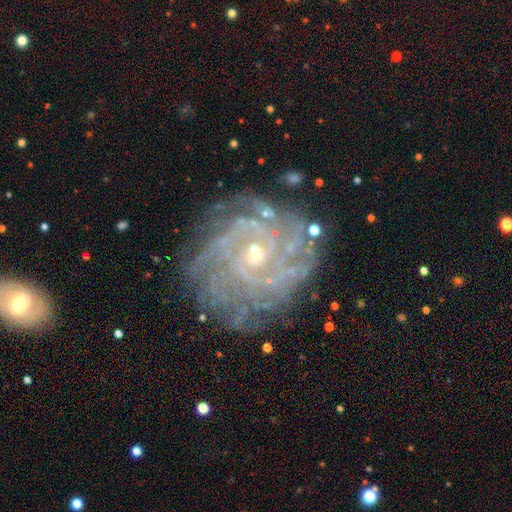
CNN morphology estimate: Q: Smooth or featured?
A: featured or disk (88%); runner-up: star or artifact (7%)
Q: Edge-on disk?
A: no (97%); runner-up: yes (3%)
Q: Bar?
A: no (60%); runner-up: weak (31%)
Q: Spiral arms?
A: yes (96%); runner-up: no (4%)
Q: Spiral winding?
A: tight (77%); runner-up: medium (19%)
Q: Spiral arm count?
A: can't tell (31%); runner-up: more than 4 (21%)
Q: Bulge size?
A: small (62%); runner-up: moderate (34%)
Q: Merging?
A: none (77%); runner-up: minor disturbance (14%)